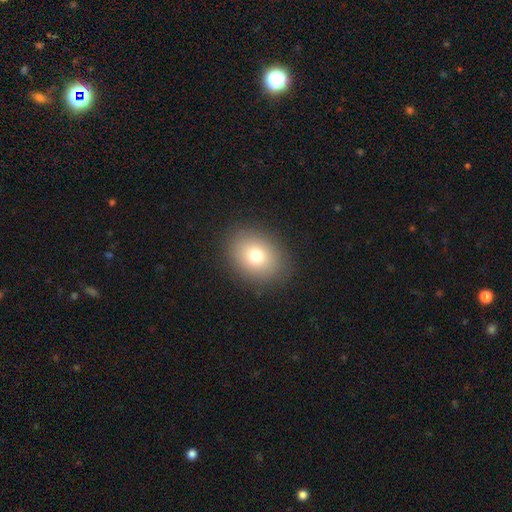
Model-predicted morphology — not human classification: Overall: smooth (76%). How rounded: in between (51%; round 48%). Merging: none (86%).